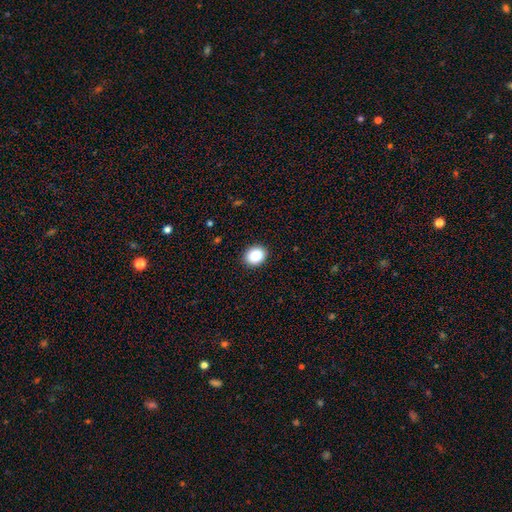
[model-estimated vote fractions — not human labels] Smooth or featured? smooth (88%)
How rounded? round (55%)
Merging? none (91%)